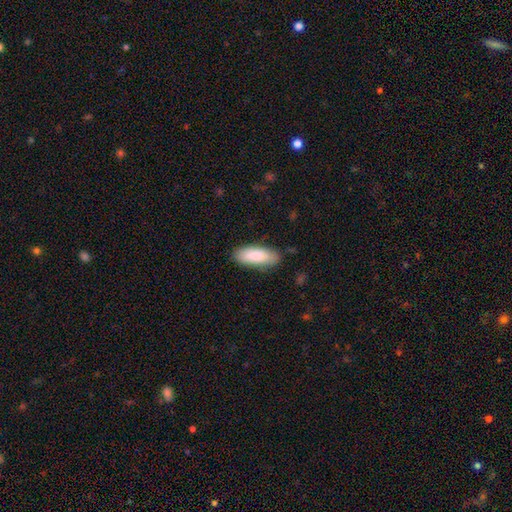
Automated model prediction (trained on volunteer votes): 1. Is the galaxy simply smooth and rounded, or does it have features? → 85% smooth, 9% featured or disk, 5% star or artifact.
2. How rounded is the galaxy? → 77% in between, 21% cigar-shaped, 2% round.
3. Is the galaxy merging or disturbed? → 83% none, 13% minor disturbance, 3% major disturbance, 1% merger.